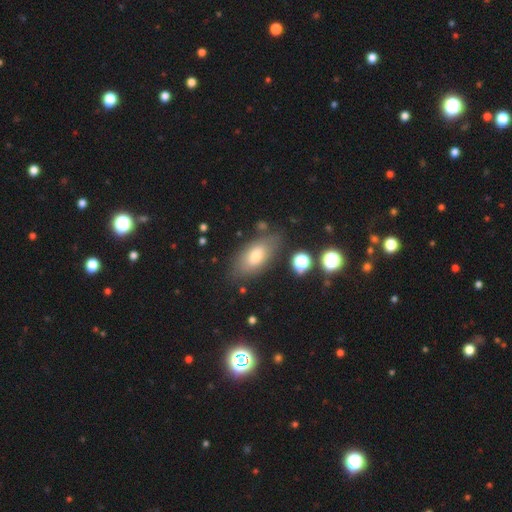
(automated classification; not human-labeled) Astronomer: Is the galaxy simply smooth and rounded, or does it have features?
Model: smooth — 71%.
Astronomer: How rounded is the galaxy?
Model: in between — 87%.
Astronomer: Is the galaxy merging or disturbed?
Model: none — 76%.